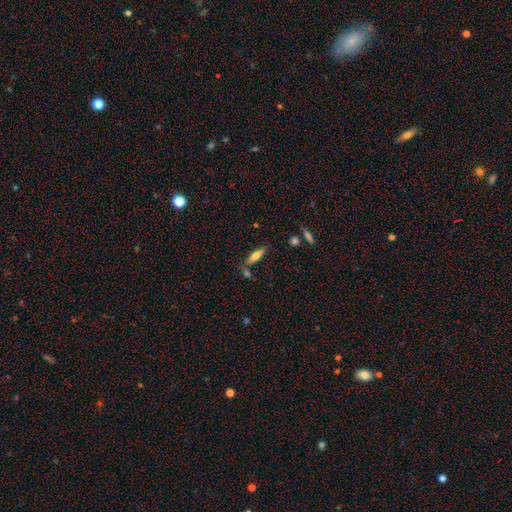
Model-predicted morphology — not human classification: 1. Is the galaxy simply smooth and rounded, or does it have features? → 68% smooth, 24% featured or disk, 7% star or artifact.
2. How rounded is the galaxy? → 56% cigar-shaped, 42% in between, 2% round.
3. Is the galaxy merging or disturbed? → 71% none, 13% minor disturbance, 12% merger, 4% major disturbance.